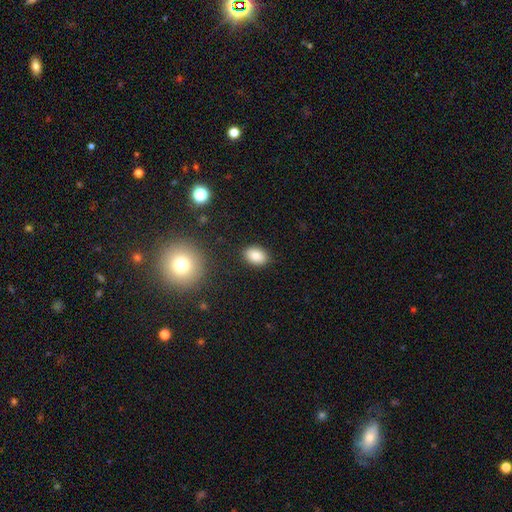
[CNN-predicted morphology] Smooth or featured? Predicted: smooth (p=0.84). How rounded? Predicted: in between (p=0.82). Merging? Predicted: none (p=0.87).